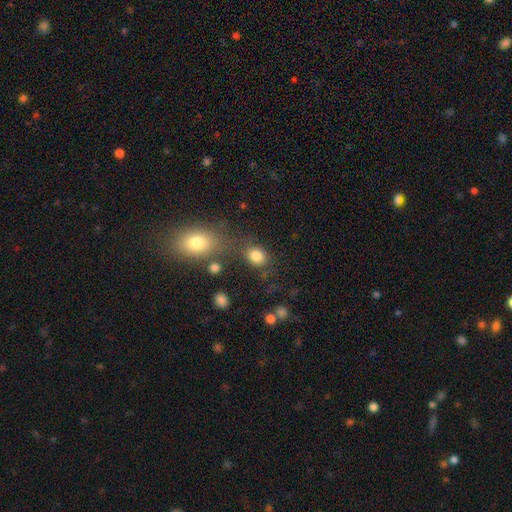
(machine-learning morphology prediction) smooth-or-featured: smooth: 83% | star or artifact: 11% | featured or disk: 6%
  how-rounded: round: 54% | in between: 44% | cigar-shaped: 1%
  merging: none: 67% | minor disturbance: 14% | merger: 12% | major disturbance: 7%